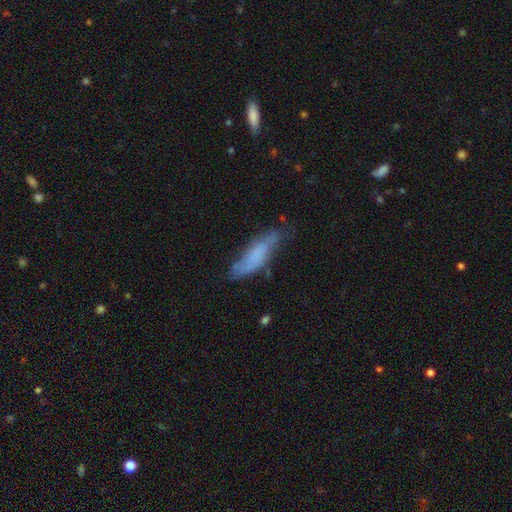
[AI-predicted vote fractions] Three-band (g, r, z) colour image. It shows a smooth galaxy with no disk features (68%) that is cigar-shaped (65%). Merging: none (61%).